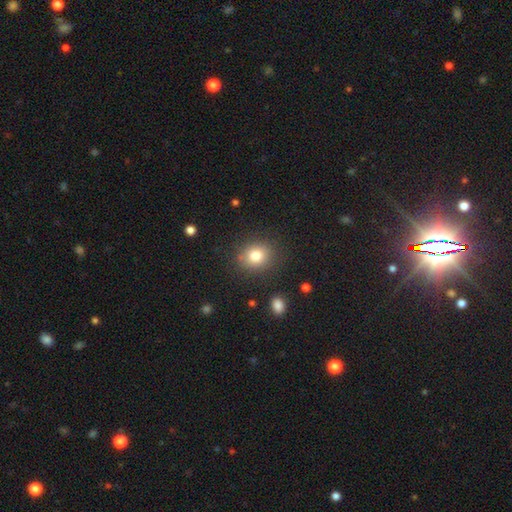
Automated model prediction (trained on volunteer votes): Smooth or featured? smooth (80%)
How rounded? round (71%)
Merging? none (84%)